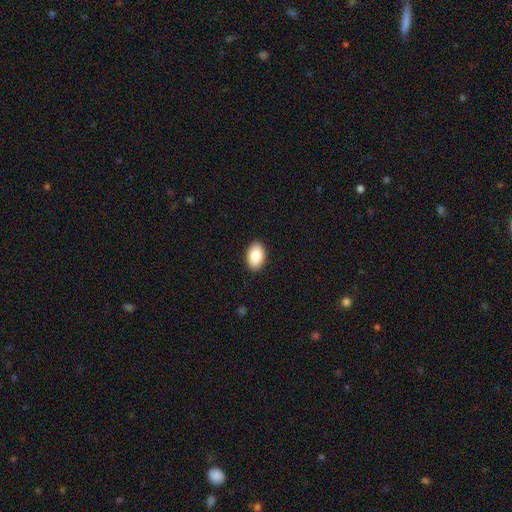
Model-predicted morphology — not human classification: Smooth or featured: smooth — 86% (featured or disk — 7%)
How rounded: in between — 90% (round — 9%)
Merging: none — 90% (minor disturbance — 7%)